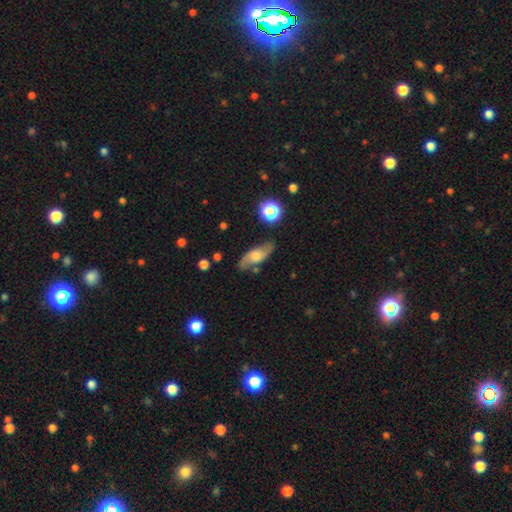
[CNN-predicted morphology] The model was most divided on "smooth or featured": featured or disk: 49%, smooth: 43%, star or artifact: 8%. More confident: merging — none (75%).